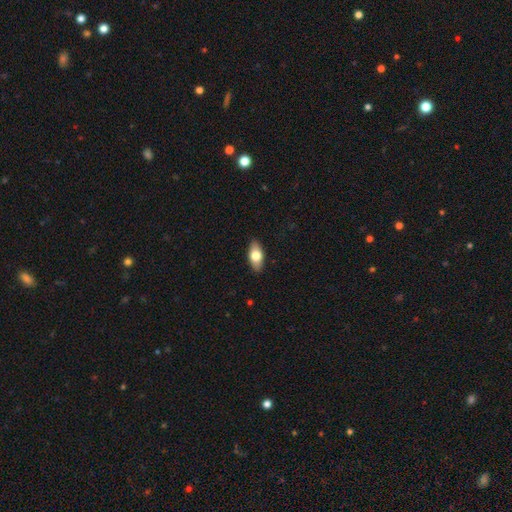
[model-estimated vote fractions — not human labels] A smooth galaxy with no disk features (71%) that is in between round and cigar-shaped (88%).

Vote fractions:
- Smooth or featured? smooth: 71% / featured or disk: 23% / star or artifact: 6%
- How rounded? in between: 88% / cigar-shaped: 8% / round: 4%
- Merging? none: 89% / minor disturbance: 9% / major disturbance: 2% / merger: 1%